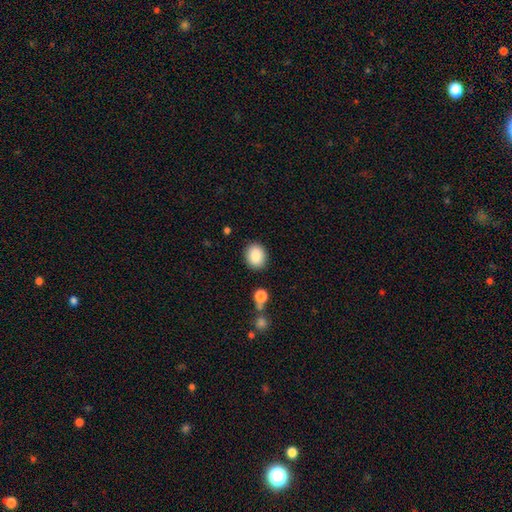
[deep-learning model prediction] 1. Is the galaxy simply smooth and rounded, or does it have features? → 88% smooth, 8% star or artifact, 5% featured or disk.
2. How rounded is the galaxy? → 55% round, 44% in between, 1% cigar-shaped.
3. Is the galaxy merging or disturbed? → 87% none, 8% minor disturbance, 3% major disturbance, 2% merger.